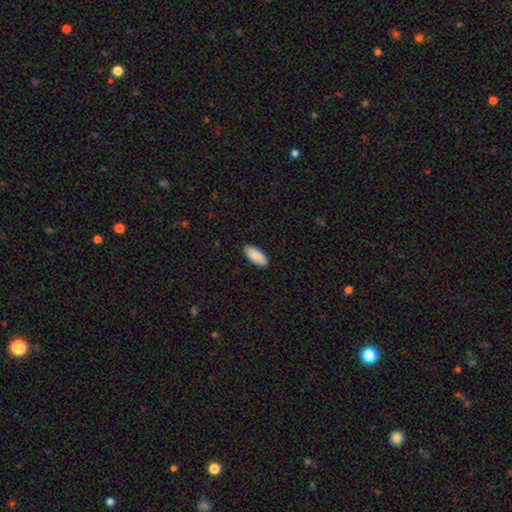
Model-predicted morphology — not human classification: Smooth or featured? smooth (89%)
How rounded? in between (84%)
Merging? none (90%)